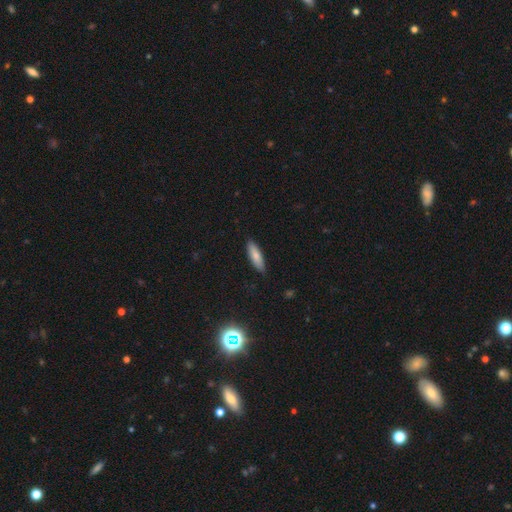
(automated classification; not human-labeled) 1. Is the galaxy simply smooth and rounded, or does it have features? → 77% smooth, 16% featured or disk, 7% star or artifact.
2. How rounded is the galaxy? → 56% cigar-shaped, 42% in between, 2% round.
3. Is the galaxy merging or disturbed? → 88% none, 10% minor disturbance, 2% major disturbance, 1% merger.